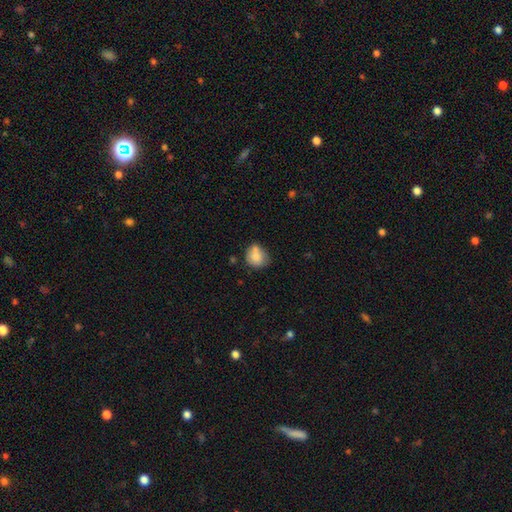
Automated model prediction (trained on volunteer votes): smooth-or-featured: smooth: 80% | featured or disk: 12% | star or artifact: 9%
  how-rounded: round: 66% | in between: 33% | cigar-shaped: 1%
  merging: none: 51% | minor disturbance: 29% | merger: 12% | major disturbance: 8%